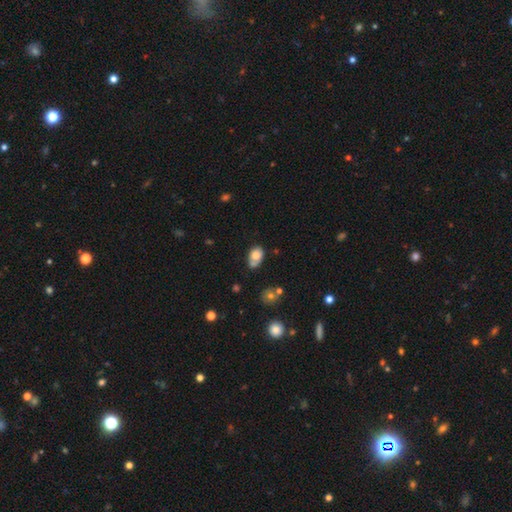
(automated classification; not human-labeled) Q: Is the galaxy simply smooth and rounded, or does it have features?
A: smooth — 74%.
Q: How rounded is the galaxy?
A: in between — 78%.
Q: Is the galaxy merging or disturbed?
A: none — 43%.